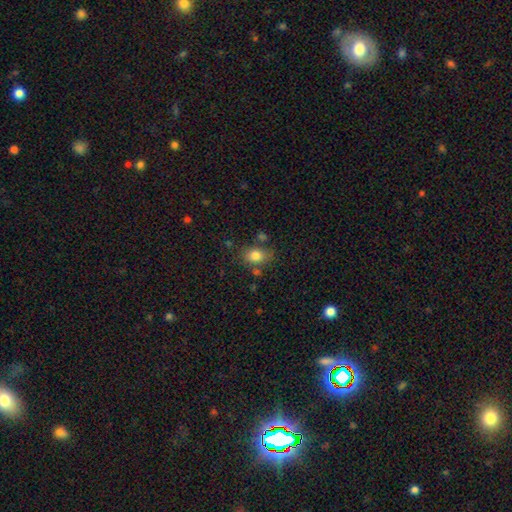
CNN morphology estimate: A smooth galaxy with no disk features (81%) that is in between round and cigar-shaped (64%).

Vote fractions:
- Smooth or featured? smooth: 81% / star or artifact: 10% / featured or disk: 9%
- How rounded? in between: 64% / round: 35% / cigar-shaped: 1%
- Merging? none: 71% / minor disturbance: 16% / merger: 8% / major disturbance: 5%